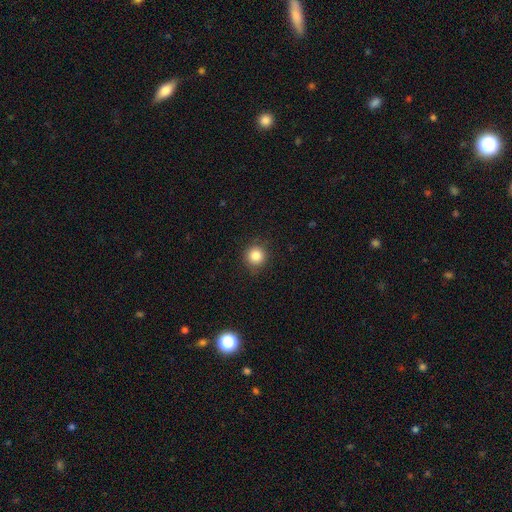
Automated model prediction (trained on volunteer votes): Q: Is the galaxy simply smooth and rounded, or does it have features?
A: smooth — 84%.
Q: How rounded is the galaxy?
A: round — 92%.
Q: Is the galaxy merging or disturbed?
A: none — 87%.